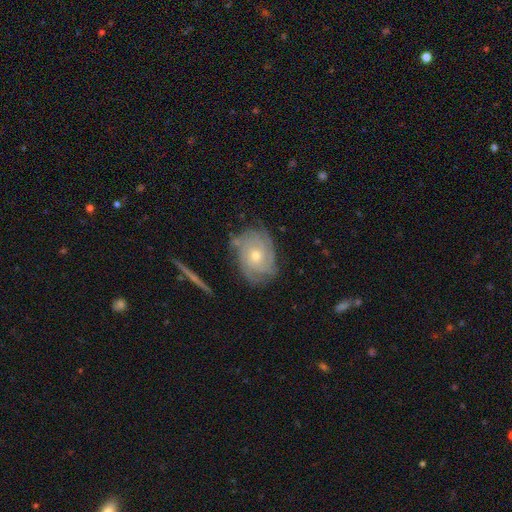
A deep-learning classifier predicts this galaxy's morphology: Overall: featured or disk (79%). Edge-on disk: no (95%). Bar: no (81%). Spiral arms: yes (92%). Spiral arm count: can't tell (39%; 3 20%). Spiral winding: tight (71%). Bulge size: moderate (49%; small 48%). Merging: none (75%).